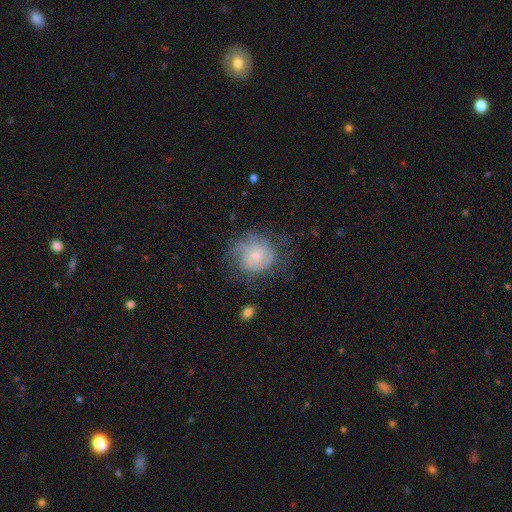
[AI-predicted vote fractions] Smooth or featured? featured or disk (68%)
Edge-on disk? no (98%)
Bar? no (72%)
Spiral arms? yes (89%)
Spiral winding? tight (61%)
Spiral arm count? can't tell (44%)
Bulge size? small (62%)
Merging? none (63%)